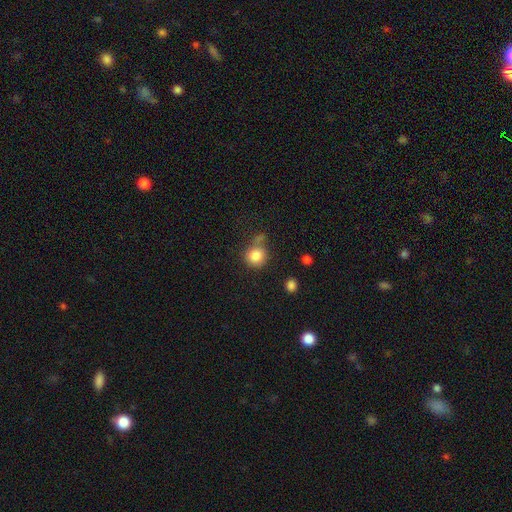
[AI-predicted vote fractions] This appears to be a smooth galaxy with no disk features (84%) that is round (89%). Merging: none (62%).